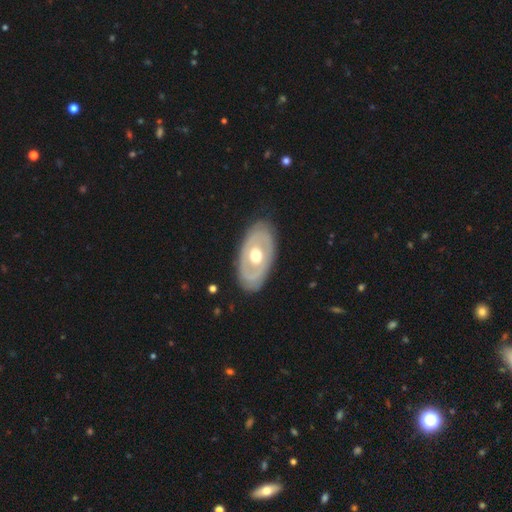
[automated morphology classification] Overall: featured or disk (62%; smooth 34%). Edge-on disk: no (89%). Bar: no (87%). Spiral arms: no (81%). Bulge size: moderate (76%). Merging: none (82%).